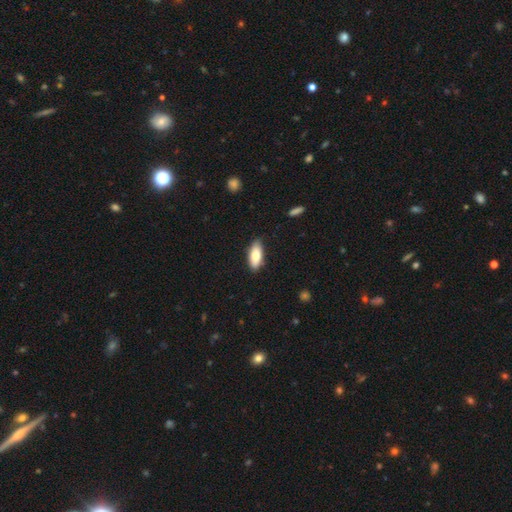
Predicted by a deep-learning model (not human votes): A smooth galaxy with no disk features (79%) that is in between round and cigar-shaped (82%).

Vote fractions:
- Smooth or featured? smooth: 79% / featured or disk: 15% / star or artifact: 6%
- How rounded? in between: 82% / cigar-shaped: 16% / round: 2%
- Merging? none: 84% / minor disturbance: 13% / major disturbance: 2% / merger: 1%